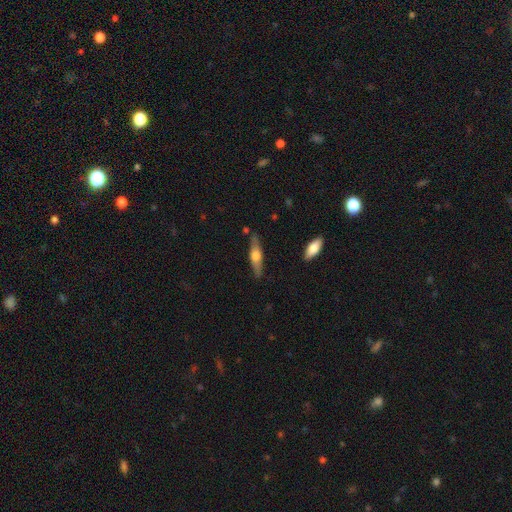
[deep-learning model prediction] A featured or disk galaxy (60%) viewed edge-on (93%) with a rounded central bulge (91%). Merging: none (84%).